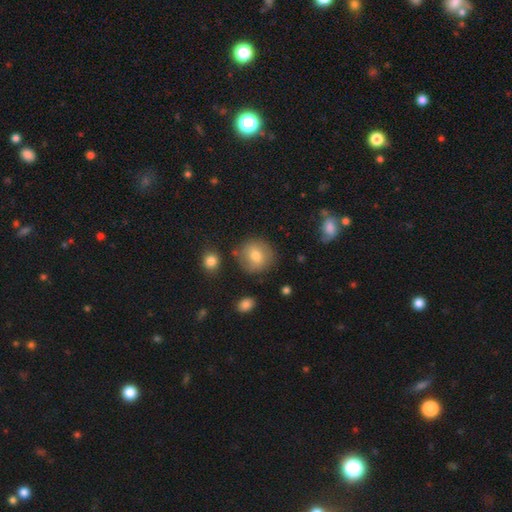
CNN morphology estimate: This appears to be a smooth galaxy with no disk features (74%) that is round (87%). Merging: none (79%).